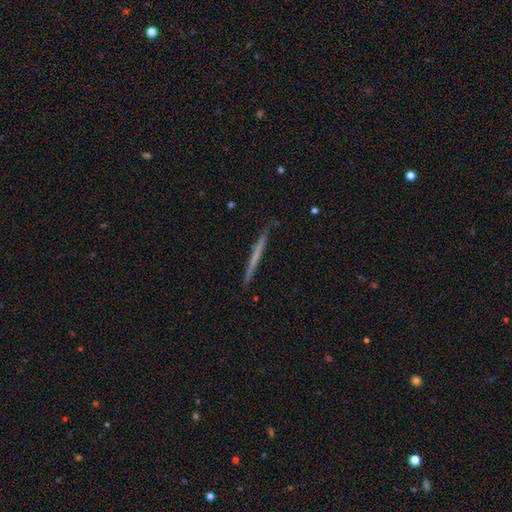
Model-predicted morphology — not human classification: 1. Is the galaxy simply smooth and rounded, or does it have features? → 48% featured or disk, 46% smooth, 6% star or artifact.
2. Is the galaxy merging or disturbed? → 89% none, 8% minor disturbance, 1% major disturbance, 1% merger.